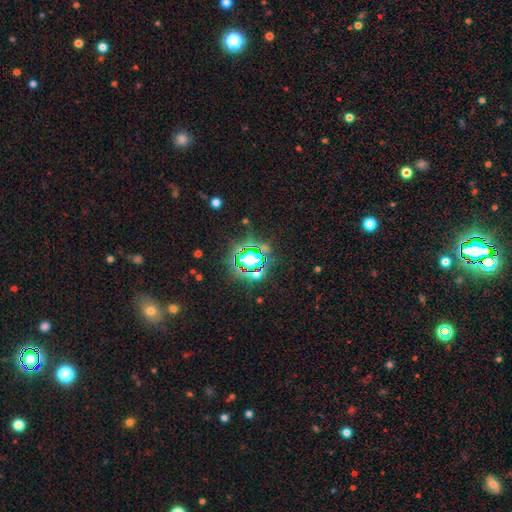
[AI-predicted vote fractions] This is likely a star or artifact rather than a galaxy (76%).